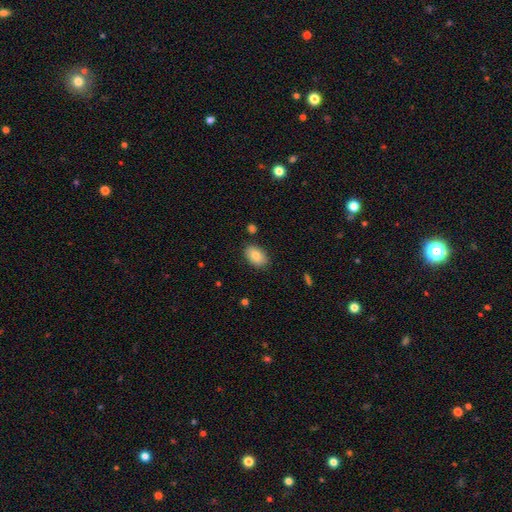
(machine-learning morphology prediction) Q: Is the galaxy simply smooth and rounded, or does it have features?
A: smooth — 84%.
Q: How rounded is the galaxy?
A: in between — 90%.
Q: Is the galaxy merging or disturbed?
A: none — 84%.